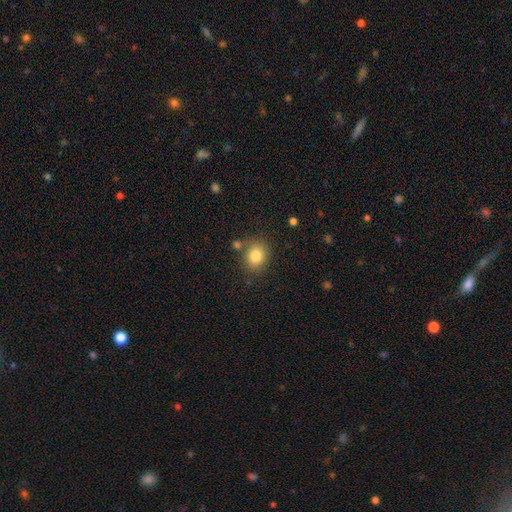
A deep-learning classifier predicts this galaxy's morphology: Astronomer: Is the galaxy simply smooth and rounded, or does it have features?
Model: smooth — 82%.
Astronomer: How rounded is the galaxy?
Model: round — 63%.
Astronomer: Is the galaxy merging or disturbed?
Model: none — 77%.